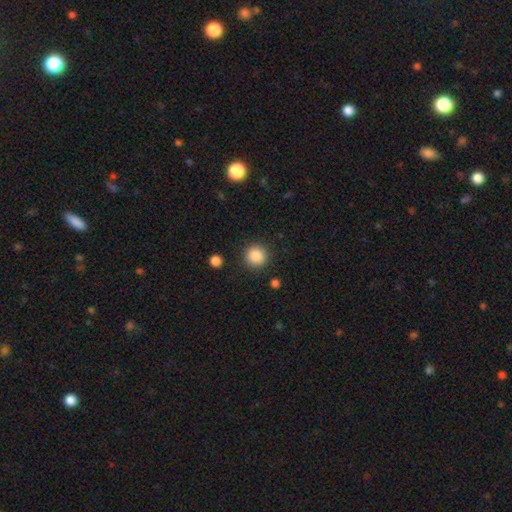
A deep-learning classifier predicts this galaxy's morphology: A smooth galaxy with no disk features (87%) that is round (94%). Merging: none (89%).